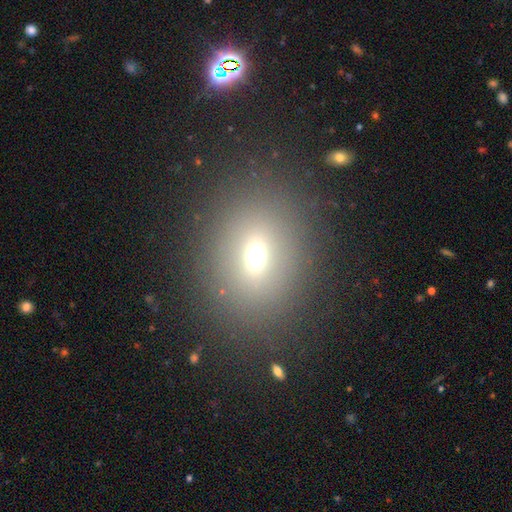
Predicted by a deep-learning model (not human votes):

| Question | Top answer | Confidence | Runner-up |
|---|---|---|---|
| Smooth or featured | smooth | 64% | star or artifact (21%) |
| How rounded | round | 49% | tied: in between (49%) |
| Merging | none | 82% | minor disturbance (9%) |